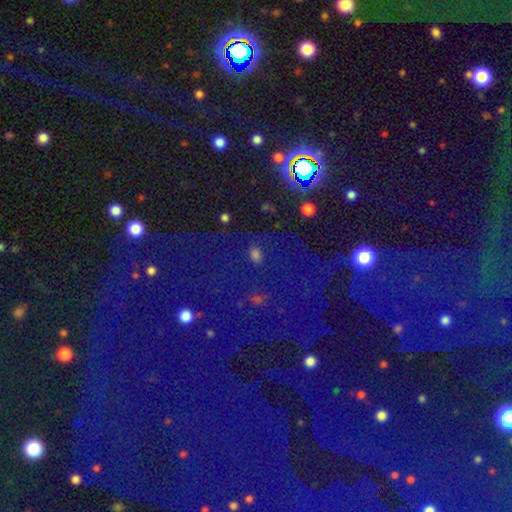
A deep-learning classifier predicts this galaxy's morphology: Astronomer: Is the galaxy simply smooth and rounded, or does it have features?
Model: star or artifact — 68%.